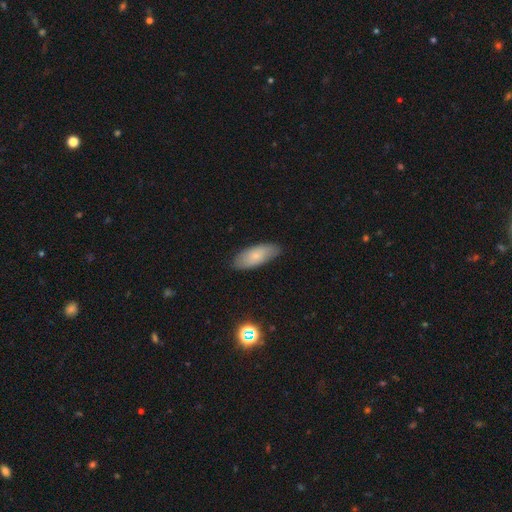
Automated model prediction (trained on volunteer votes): smooth_or_featured: smooth (p=0.71) [alt: featured or disk p=0.21]
how_rounded: in between (p=0.82) [alt: cigar-shaped p=0.15]
merging: none (p=0.82) [alt: minor disturbance p=0.14]